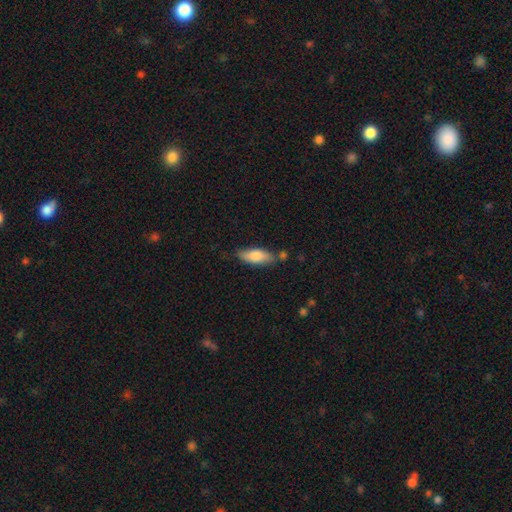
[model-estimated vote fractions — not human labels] A smooth galaxy with no disk features (80%) that is in between round and cigar-shaped (75%).

Vote fractions:
- Smooth or featured? smooth: 80% / featured or disk: 14% / star or artifact: 6%
- How rounded? in between: 75% / cigar-shaped: 23% / round: 2%
- Merging? none: 70% / minor disturbance: 19% / merger: 7% / major disturbance: 4%